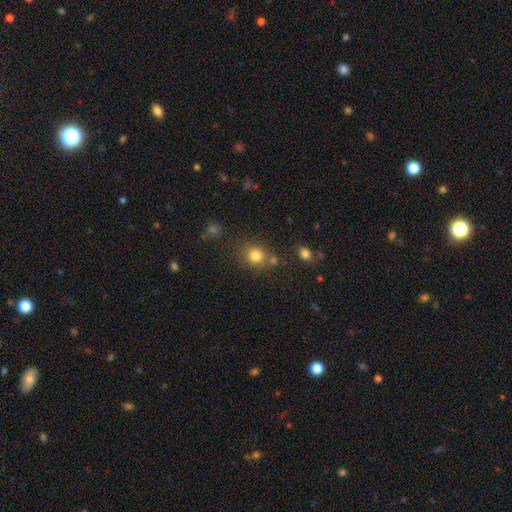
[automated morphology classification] type=smooth (80%); roundness=round (79%); merging=none (69%).